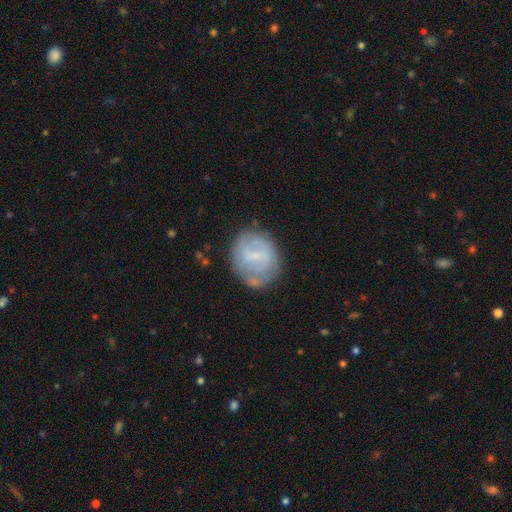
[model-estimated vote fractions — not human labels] This is possibly a featured or disk galaxy (51%). It is clearly not viewed edge-on (97%). Merging: likely none (68%).